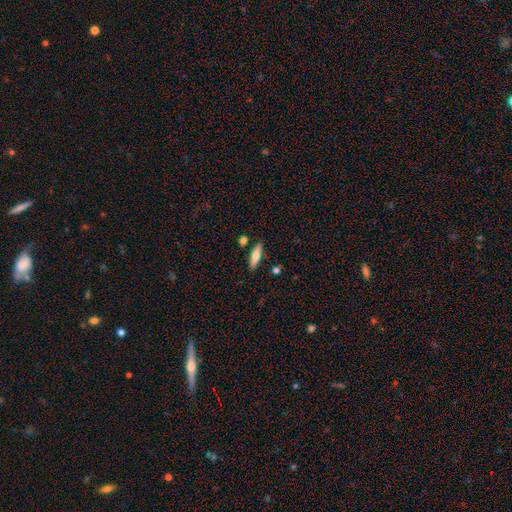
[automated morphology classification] smooth 63%, featured or disk 31%, star or artifact 6%. Down the decision tree: how rounded — cigar-shaped (56%); merging — none (84%).